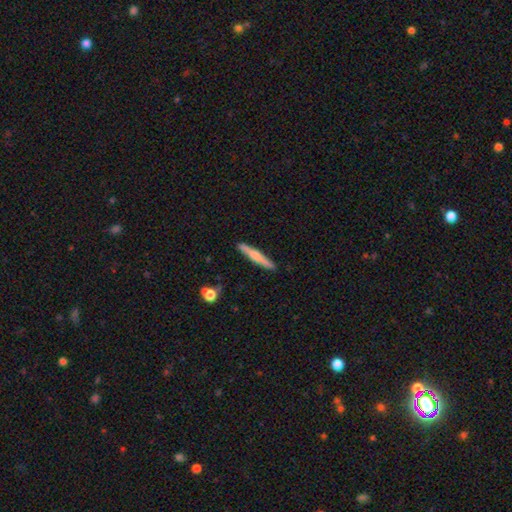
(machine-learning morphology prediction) Q: Smooth or featured?
A: smooth (53%); runner-up: featured or disk (41%)
Q: How rounded?
A: cigar-shaped (94%); runner-up: in between (4%)
Q: Merging?
A: none (89%); runner-up: minor disturbance (8%)